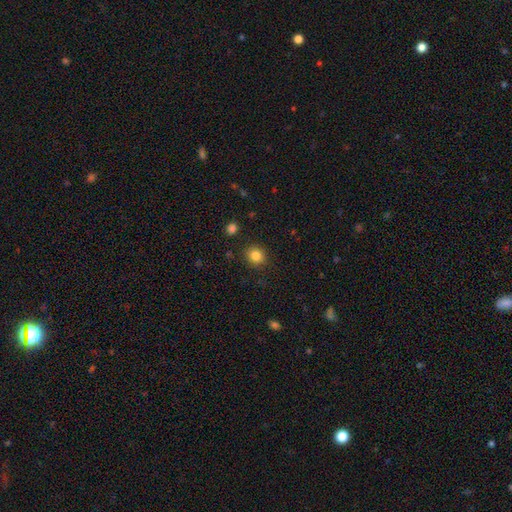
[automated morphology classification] Smooth or featured? Predicted: smooth (p=0.84). How rounded? Predicted: round (p=0.83). Merging? Predicted: none (p=0.89).